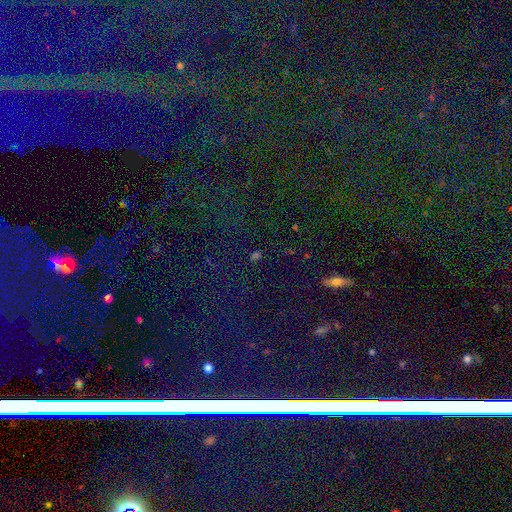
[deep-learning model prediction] Smooth or featured: star or artifact — 61% (smooth — 27%)